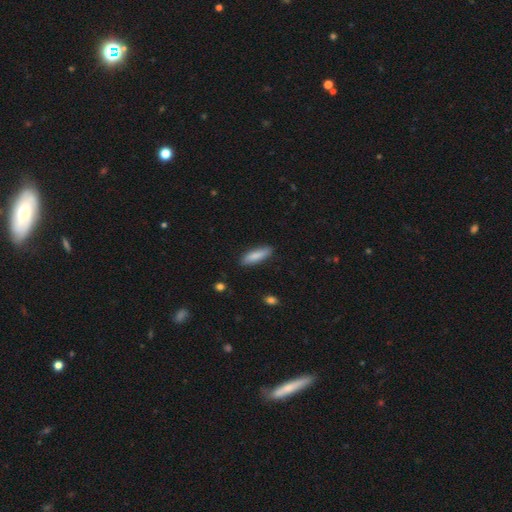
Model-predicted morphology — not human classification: This appears to be a smooth galaxy with no disk features (84%) that is cigar-shaped (62%). Merging: none (86%).